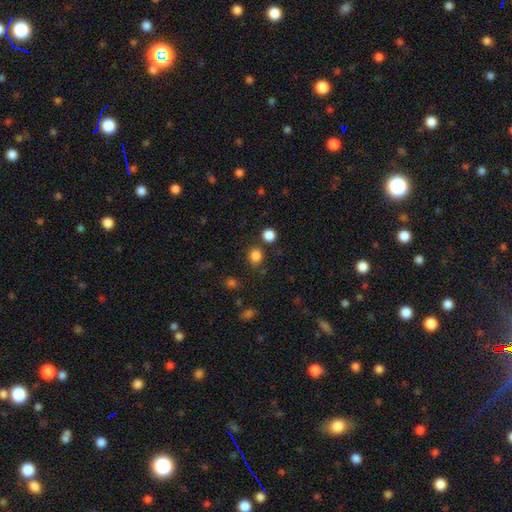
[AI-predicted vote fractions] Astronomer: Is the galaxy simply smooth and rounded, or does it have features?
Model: smooth — 83%.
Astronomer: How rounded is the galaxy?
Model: round — 73%.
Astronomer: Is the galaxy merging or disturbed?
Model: none — 78%.